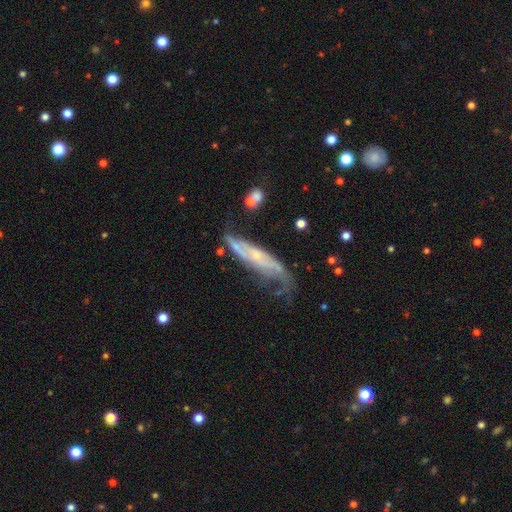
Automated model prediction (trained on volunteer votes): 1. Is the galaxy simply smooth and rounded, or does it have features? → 71% featured or disk, 22% smooth, 8% star or artifact.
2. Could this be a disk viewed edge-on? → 66% no, 34% yes.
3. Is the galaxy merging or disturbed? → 42% none, 28% minor disturbance, 25% major disturbance, 6% merger.